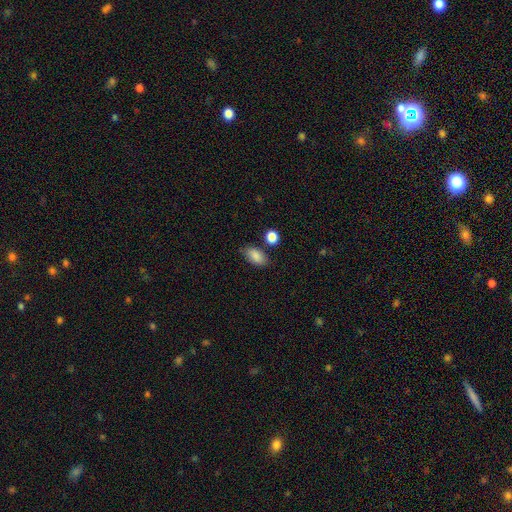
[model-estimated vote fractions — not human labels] Overall: smooth (86%). How rounded: in between (91%). Merging: none (75%).